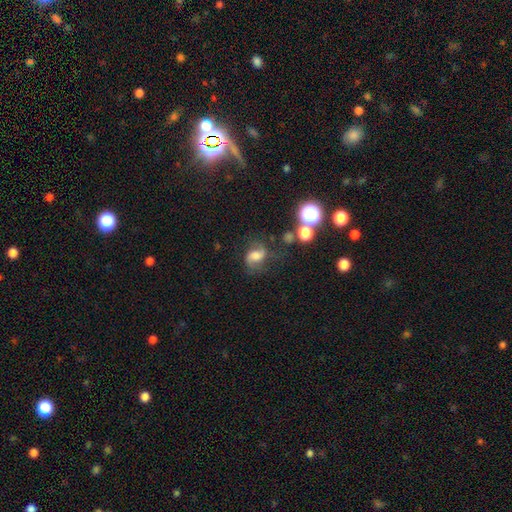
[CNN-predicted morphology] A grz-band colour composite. It shows a featured or disk galaxy (48%). Merging: none (58%).